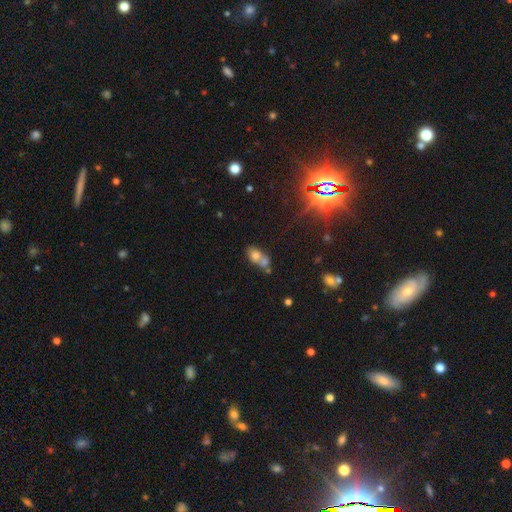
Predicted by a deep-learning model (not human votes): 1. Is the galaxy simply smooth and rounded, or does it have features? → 66% smooth, 19% featured or disk, 15% star or artifact.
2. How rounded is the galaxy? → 68% in between, 28% round, 4% cigar-shaped.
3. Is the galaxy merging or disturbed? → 58% merger, 26% none, 10% minor disturbance, 6% major disturbance.